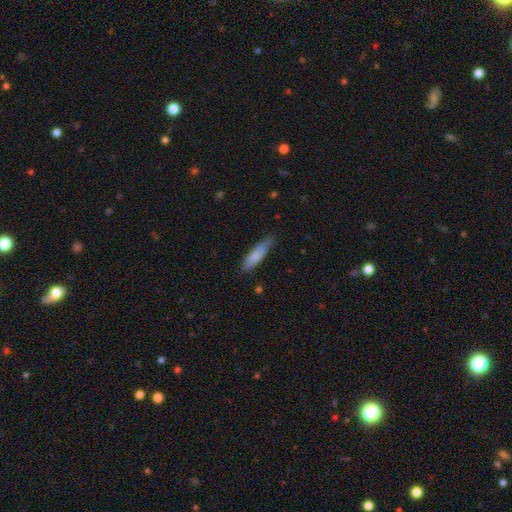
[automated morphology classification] A smooth galaxy with no disk features (81%) that is cigar-shaped (66%).

Vote fractions:
- Smooth or featured? smooth: 81% / featured or disk: 13% / star or artifact: 6%
- How rounded? cigar-shaped: 66% / in between: 32% / round: 1%
- Merging? none: 70% / minor disturbance: 24% / major disturbance: 4% / merger: 2%